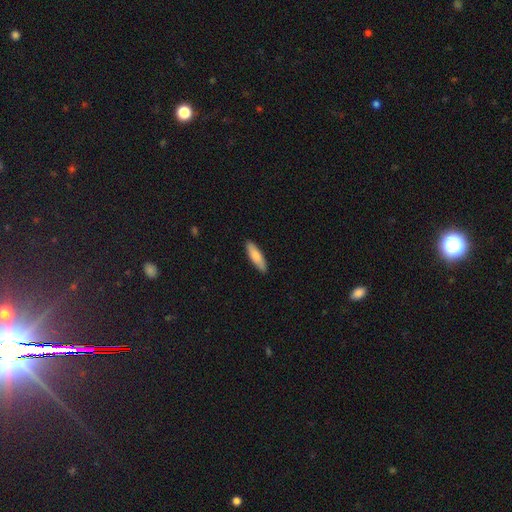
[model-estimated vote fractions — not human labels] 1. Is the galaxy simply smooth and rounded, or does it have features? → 81% smooth, 14% featured or disk, 5% star or artifact.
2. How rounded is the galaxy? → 61% cigar-shaped, 37% in between, 2% round.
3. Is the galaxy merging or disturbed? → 90% none, 8% minor disturbance, 1% major disturbance, 1% merger.